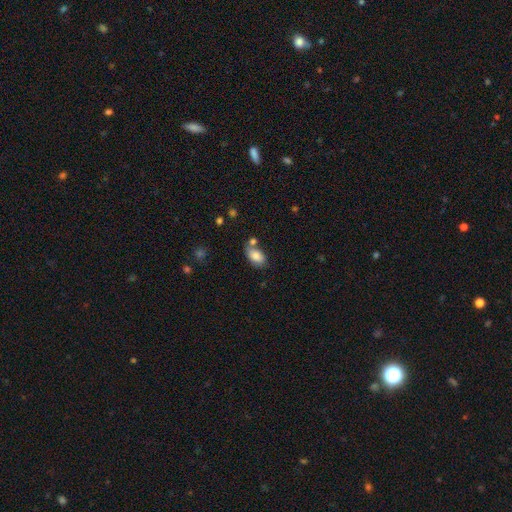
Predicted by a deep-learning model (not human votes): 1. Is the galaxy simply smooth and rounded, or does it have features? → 81% smooth, 11% featured or disk, 8% star or artifact.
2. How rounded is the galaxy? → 91% in between, 7% round, 2% cigar-shaped.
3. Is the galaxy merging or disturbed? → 59% none, 20% merger, 17% minor disturbance, 5% major disturbance.